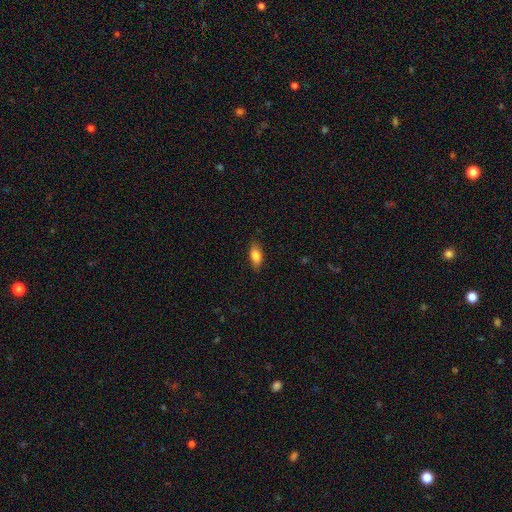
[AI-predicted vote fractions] smooth-or-featured: smooth: 81% | featured or disk: 12% | star or artifact: 7%
  how-rounded: in between: 81% | cigar-shaped: 16% | round: 3%
  merging: none: 84% | minor disturbance: 12% | major disturbance: 3% | merger: 1%